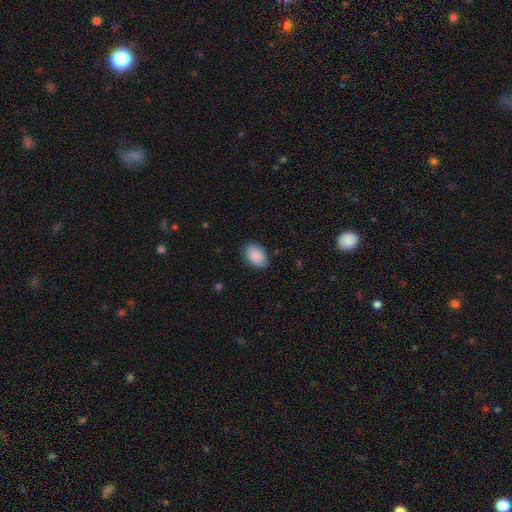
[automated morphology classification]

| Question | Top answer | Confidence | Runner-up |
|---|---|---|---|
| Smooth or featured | smooth | 90% | star or artifact (6%) |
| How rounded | in between | 89% | round (10%) |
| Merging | none | 85% | minor disturbance (12%) |